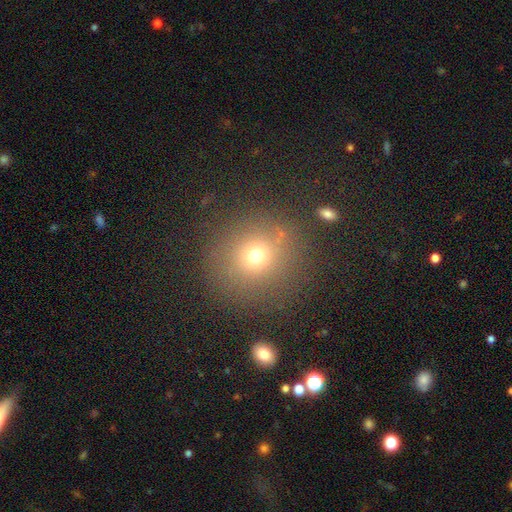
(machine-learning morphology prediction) Overall: smooth (68%). How rounded: round (88%). Merging: none (82%).